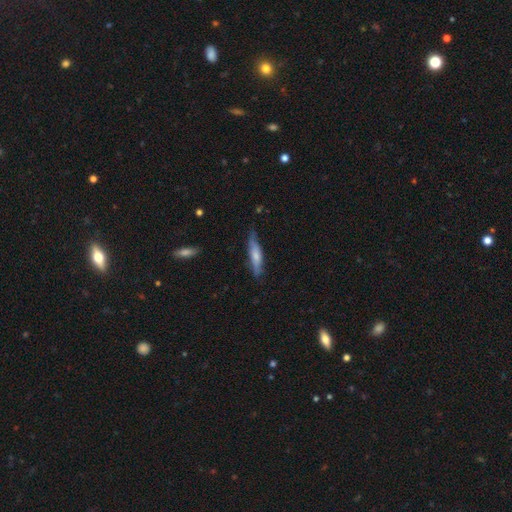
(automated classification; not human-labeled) Smooth or featured?
  - smooth: 60% *
  - featured or disk: 34%
  - star or artifact: 6%
How rounded?
  - cigar-shaped: 78% *
  - in between: 21%
  - round: 2%
Merging?
  - none: 69% *
  - minor disturbance: 24%
  - major disturbance: 4%
  - merger: 2%